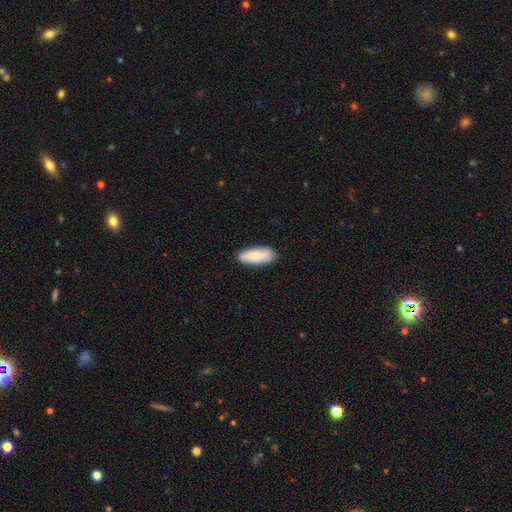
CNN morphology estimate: Smooth or featured?
  - smooth: 83% *
  - featured or disk: 11%
  - star or artifact: 6%
How rounded?
  - in between: 81% *
  - cigar-shaped: 18%
  - round: 2%
Merging?
  - none: 85% *
  - minor disturbance: 12%
  - major disturbance: 2%
  - merger: 1%